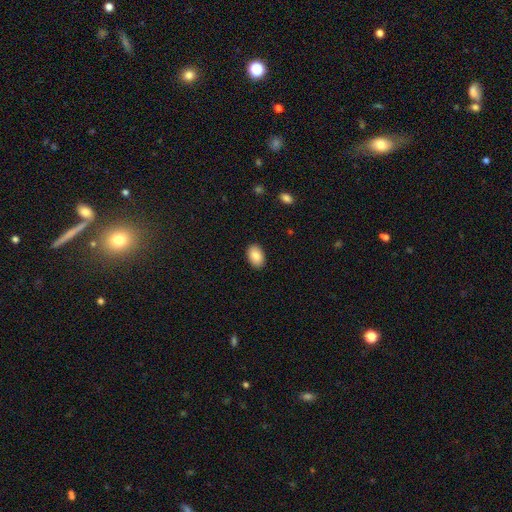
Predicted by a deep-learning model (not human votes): Smooth or featured? Predicted: smooth (p=0.86). How rounded? Predicted: in between (p=0.89). Merging? Predicted: none (p=0.89).